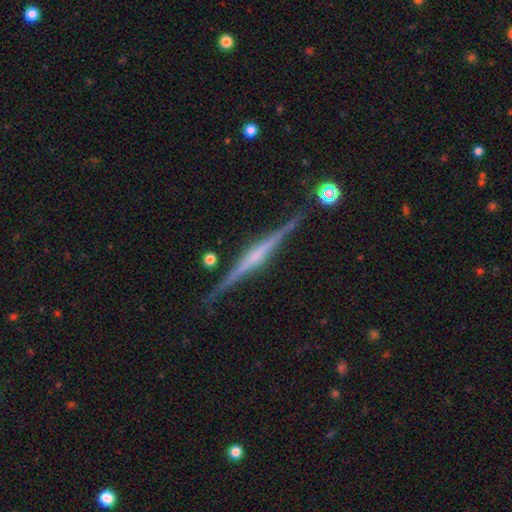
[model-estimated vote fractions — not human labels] Smooth or featured?
  - featured or disk: 85% *
  - smooth: 10%
  - star or artifact: 6%
Edge-on disk?
  - yes: 98% *
  - no: 2%
Edge-on bulge?
  - rounded: 58% *
  - none: 22%
  - boxy: 19%
Merging?
  - none: 88% *
  - minor disturbance: 8%
  - merger: 2%
  - major disturbance: 2%